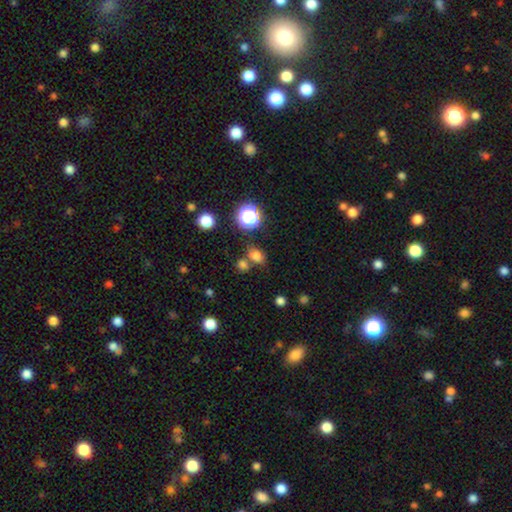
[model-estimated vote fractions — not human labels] Smooth or featured?
  - smooth: 73% *
  - star or artifact: 20%
  - featured or disk: 7%
How rounded?
  - in between: 56% *
  - round: 42%
  - cigar-shaped: 2%
Merging?
  - none: 57% *
  - merger: 25%
  - minor disturbance: 12%
  - major disturbance: 5%